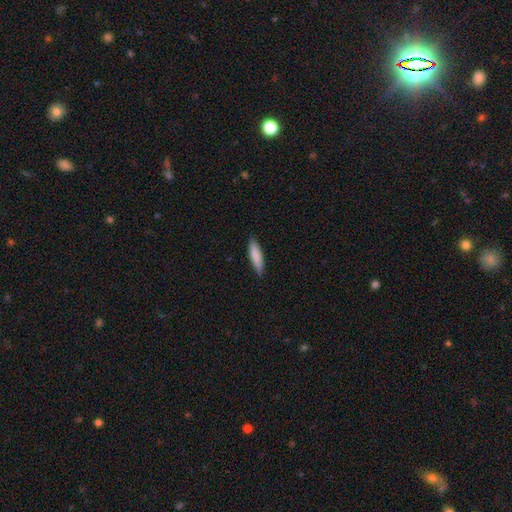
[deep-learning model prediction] Smooth or featured? smooth (85%)
How rounded? cigar-shaped (70%)
Merging? none (87%)